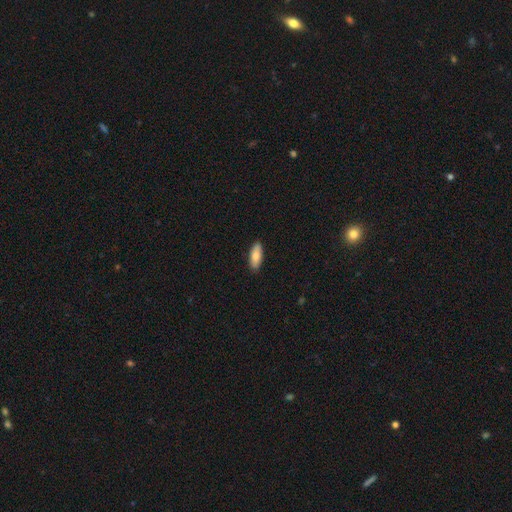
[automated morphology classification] Smooth or featured?
  - smooth: 84% *
  - featured or disk: 10%
  - star or artifact: 6%
How rounded?
  - in between: 74% *
  - cigar-shaped: 24%
  - round: 2%
Merging?
  - none: 89% *
  - minor disturbance: 9%
  - major disturbance: 2%
  - merger: 1%